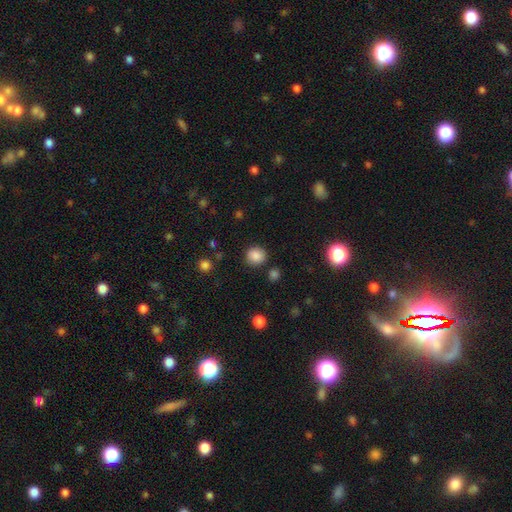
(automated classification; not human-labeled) A smooth galaxy with no disk features (85%) that is round (88%). Merging: none (86%).